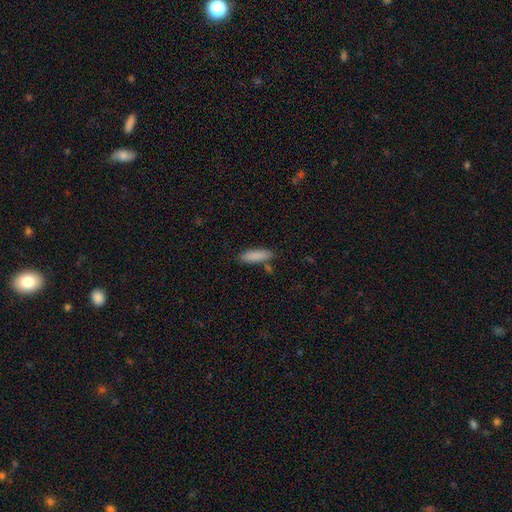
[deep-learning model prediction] A smooth galaxy with no disk features (87%) that is cigar-shaped (54%). Merging: none (77%).